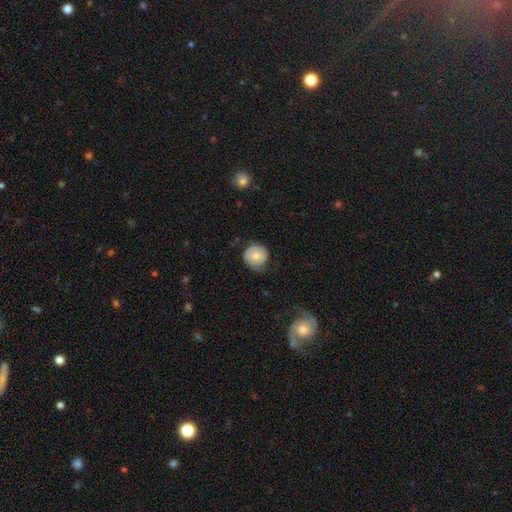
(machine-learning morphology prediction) A smooth galaxy with no disk features (69%) that is round (90%).

Vote fractions:
- Smooth or featured? smooth: 69% / featured or disk: 24% / star or artifact: 7%
- How rounded? round: 90% / in between: 9% / cigar-shaped: 1%
- Merging? none: 61% / minor disturbance: 29% / major disturbance: 8% / merger: 1%